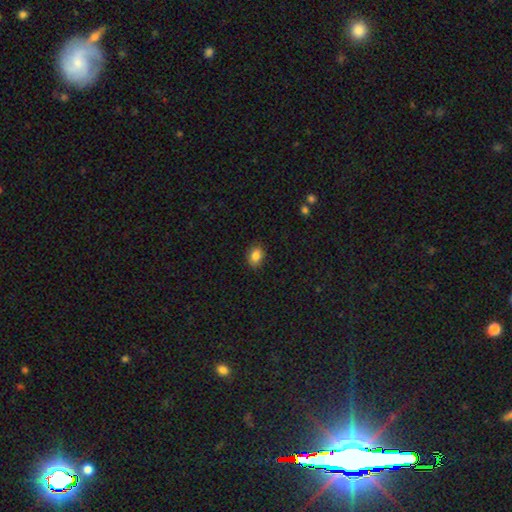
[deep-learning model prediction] Smooth or featured?
  - smooth: 85% *
  - star or artifact: 10%
  - featured or disk: 5%
How rounded?
  - in between: 71% *
  - round: 27%
  - cigar-shaped: 1%
Merging?
  - none: 87% *
  - minor disturbance: 10%
  - major disturbance: 2%
  - merger: 1%